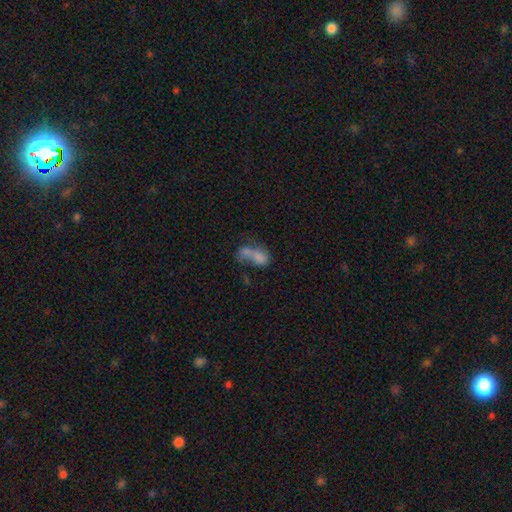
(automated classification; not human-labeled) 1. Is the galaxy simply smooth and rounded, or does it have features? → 67% smooth, 21% featured or disk, 12% star or artifact.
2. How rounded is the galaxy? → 80% in between, 15% round, 4% cigar-shaped.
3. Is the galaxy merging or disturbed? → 60% merger, 16% none, 14% major disturbance, 9% minor disturbance.